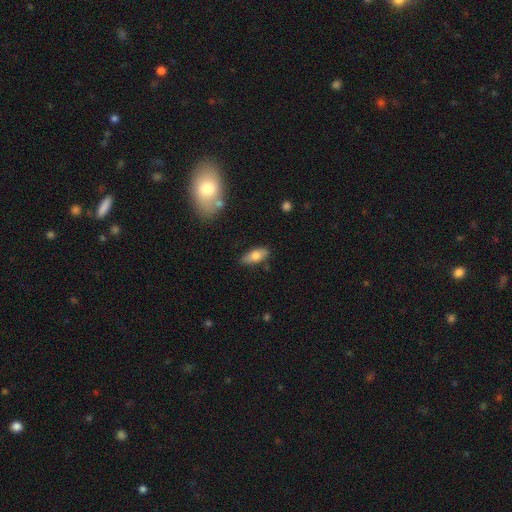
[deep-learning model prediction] This appears to be a smooth galaxy with no disk features (73%) that is in between round and cigar-shaped (81%). Merging: none (82%).